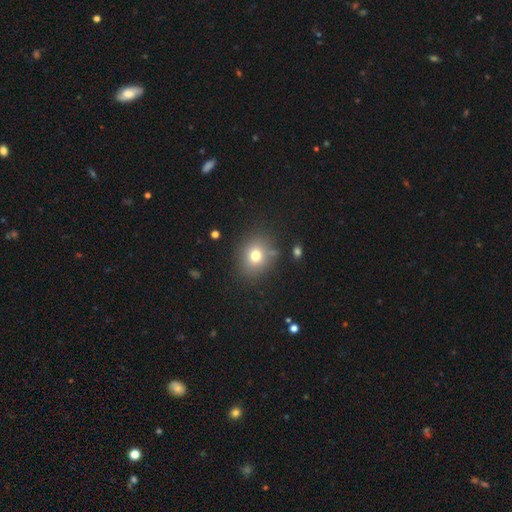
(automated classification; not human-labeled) Morphology: type=smooth (72%); roundness=round (68%); merging=none (82%).